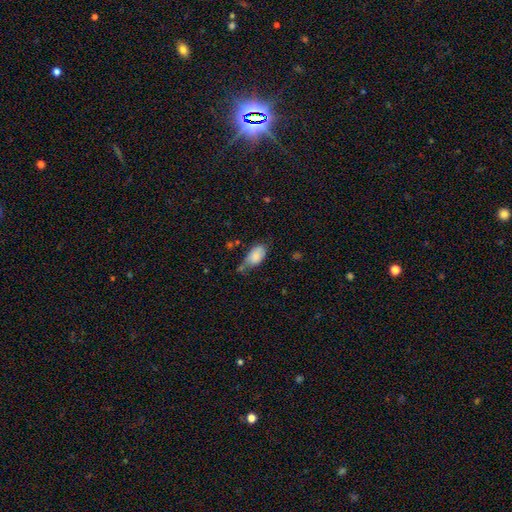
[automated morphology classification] This appears to be a smooth galaxy with no disk features (79%) that is in between round and cigar-shaped (92%). Merging: none (39%, tied with minor disturbance).